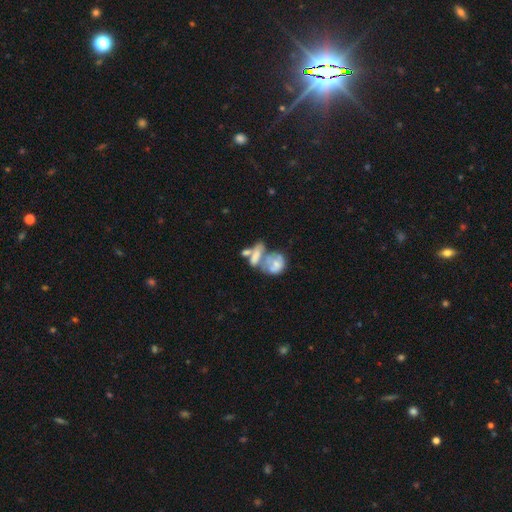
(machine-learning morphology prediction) smooth_or_featured: smooth (p=0.44) [alt: featured or disk p=0.42]
merging: merger (p=0.62) [alt: none p=0.19]